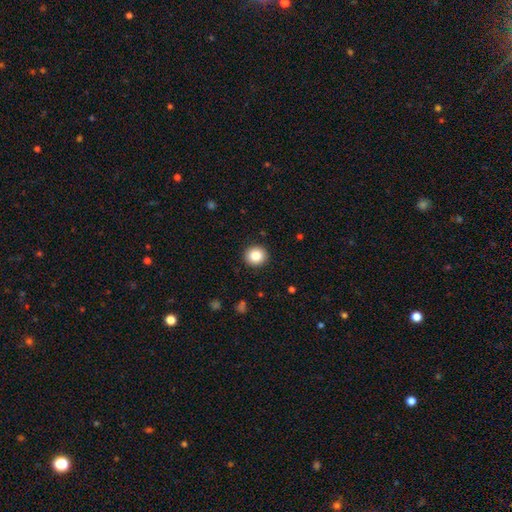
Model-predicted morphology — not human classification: Q: Smooth or featured?
A: smooth (85%); runner-up: star or artifact (9%)
Q: How rounded?
A: round (91%); runner-up: in between (8%)
Q: Merging?
A: none (92%); runner-up: minor disturbance (5%)